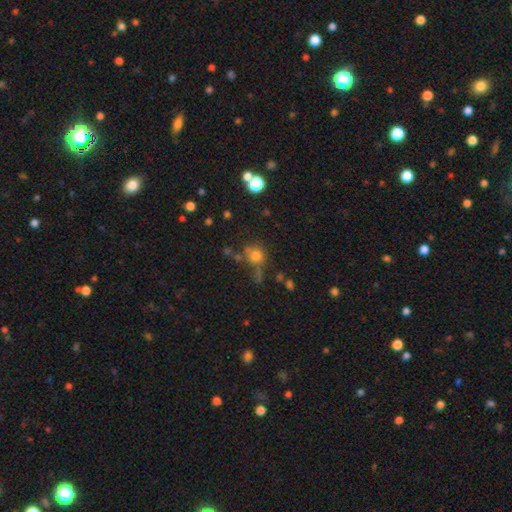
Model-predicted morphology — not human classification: Overall: smooth (74%). How rounded: round (87%). Merging: none (57%).